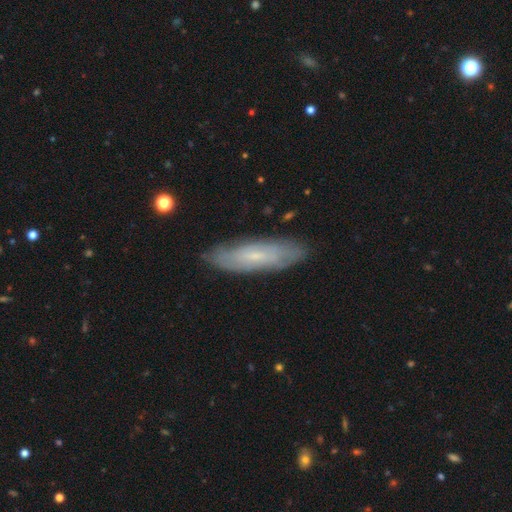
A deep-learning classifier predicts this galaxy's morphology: Q: Smooth or featured?
A: featured or disk (53%); runner-up: smooth (40%)
Q: Edge-on disk?
A: no (65%); runner-up: yes (35%)
Q: Merging?
A: none (85%); runner-up: minor disturbance (12%)